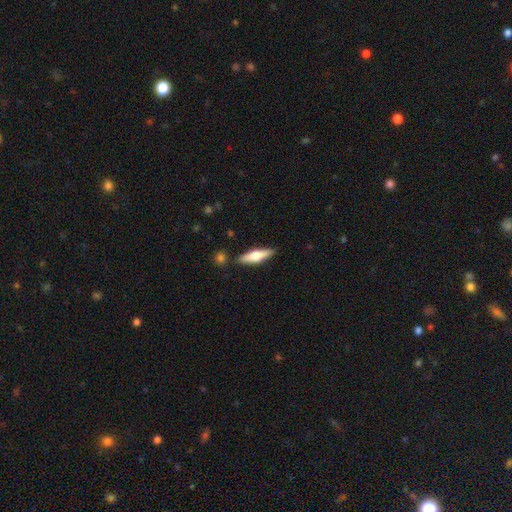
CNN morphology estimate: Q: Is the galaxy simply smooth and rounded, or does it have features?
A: smooth — 51%.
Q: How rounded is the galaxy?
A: cigar-shaped — 63%.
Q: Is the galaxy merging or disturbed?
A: none — 86%.